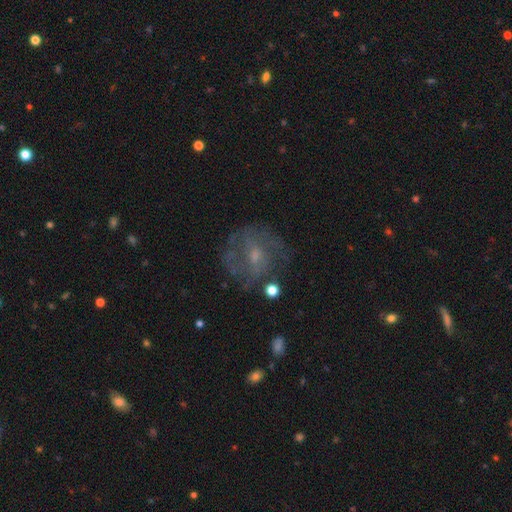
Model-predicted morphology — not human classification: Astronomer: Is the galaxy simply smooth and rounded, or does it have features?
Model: featured or disk — 60%.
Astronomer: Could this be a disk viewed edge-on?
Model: no — 97%.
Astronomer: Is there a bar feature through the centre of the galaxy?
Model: no — 53% (runner-up: weak, 39%).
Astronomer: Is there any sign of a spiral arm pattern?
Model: yes — 61% (runner-up: no, 39%).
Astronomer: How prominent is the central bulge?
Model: small — 54% (runner-up: moderate, 32%).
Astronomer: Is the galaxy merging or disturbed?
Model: none — 63%.